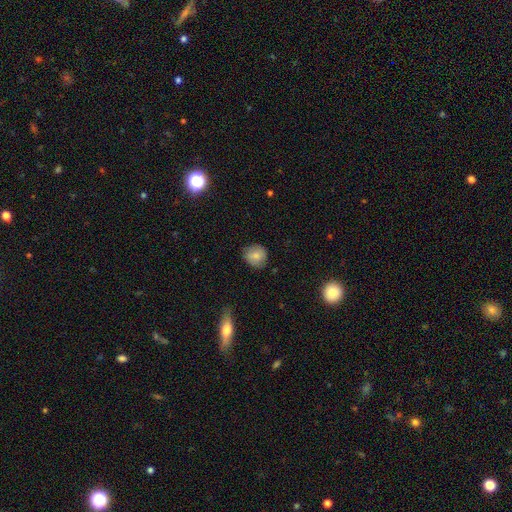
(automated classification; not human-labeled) Smooth or featured? Predicted: smooth (p=0.77). How rounded? Predicted: round (p=0.84). Merging? Predicted: none (p=0.81).